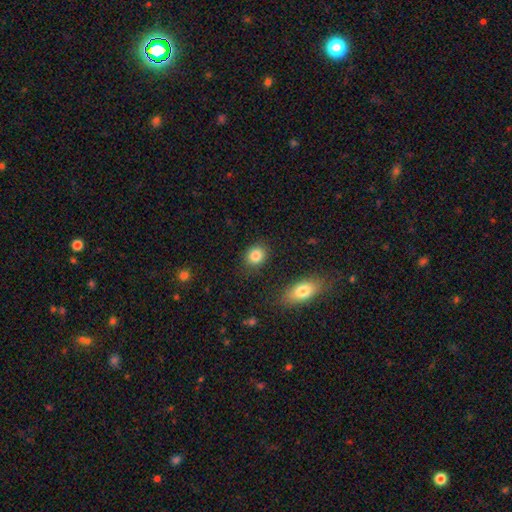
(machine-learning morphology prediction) A smooth galaxy with no disk features (85%) that is round (60%).

Vote fractions:
- Smooth or featured? smooth: 85% / star or artifact: 9% / featured or disk: 6%
- How rounded? round: 60% / in between: 38% / cigar-shaped: 1%
- Merging? none: 85% / minor disturbance: 9% / major disturbance: 3% / merger: 3%